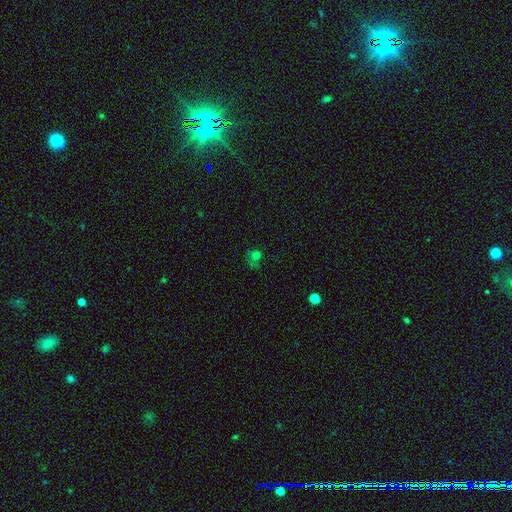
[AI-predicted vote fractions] The model was most divided on "merging": none: 49%, major disturbance: 24%, minor disturbance: 22%, merger: 5%. More confident: how rounded — round (75%); smooth or featured — smooth (60%).